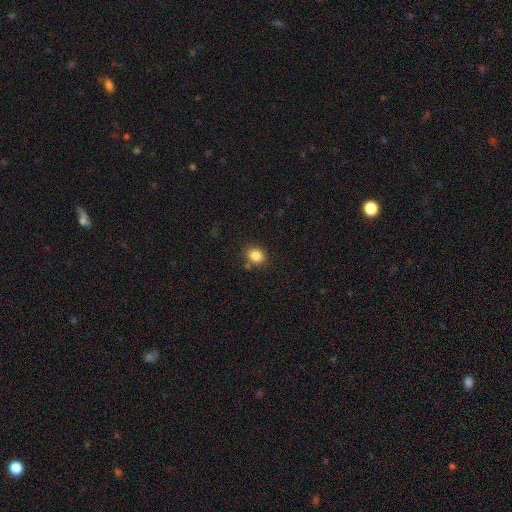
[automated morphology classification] This is clearly a smooth galaxy (85%). How rounded: possibly round (58%). Merging: clearly none (81%).